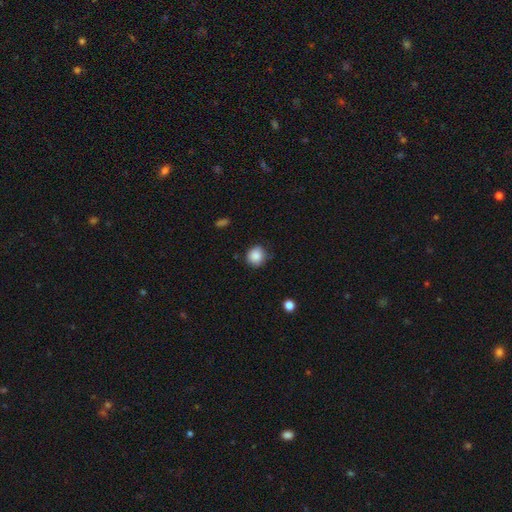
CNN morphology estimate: smooth-or-featured: smooth: 87% | star or artifact: 9% | featured or disk: 5%
  how-rounded: round: 88% | in between: 11% | cigar-shaped: 1%
  merging: none: 79% | minor disturbance: 17% | major disturbance: 3% | merger: 2%